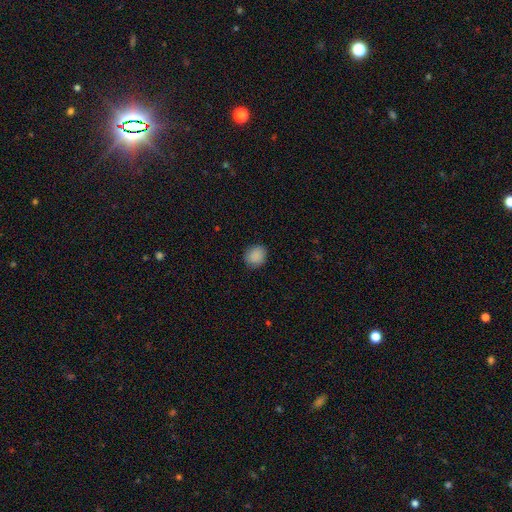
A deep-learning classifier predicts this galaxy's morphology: smooth_or_featured: smooth (p=0.88) [alt: star or artifact p=0.09]
how_rounded: round (p=0.76) [alt: in between p=0.23]
merging: none (p=0.87) [alt: minor disturbance p=0.09]